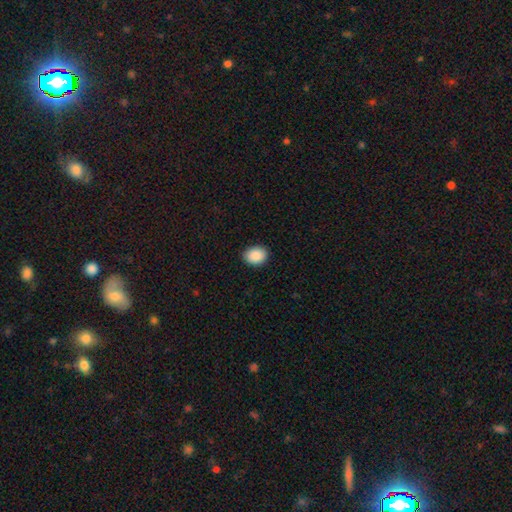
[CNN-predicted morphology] Smooth or featured? smooth (90%)
How rounded? in between (61%)
Merging? none (89%)